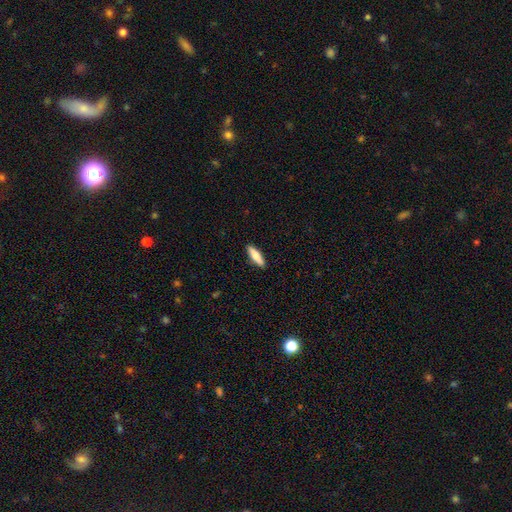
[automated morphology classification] smooth_or_featured: smooth (p=0.72) [alt: featured or disk p=0.22]
how_rounded: cigar-shaped (p=0.61) [alt: in between p=0.37]
merging: none (p=0.89) [alt: minor disturbance p=0.08]